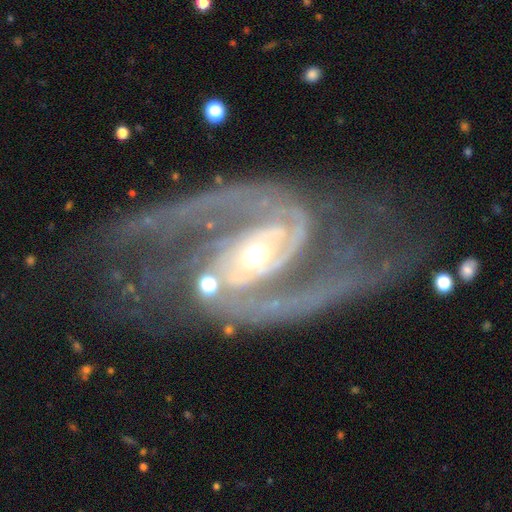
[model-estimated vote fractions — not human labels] smooth-or-featured: featured or disk: 93% | star or artifact: 4% | smooth: 2%
  disk-edge-on: no: 97% | yes: 3%
    bar: no: 42% | weak: 35% | strong: 23%
    has-spiral-arms: yes: 98% | no: 2%
      spiral-winding: medium: 53% | tight: 25% | loose: 22%
      spiral-arm-count: 2: 88% | 3: 3% | can't tell: 3% | 1: 2% | 4: 2% | more than 4: 2%
    bulge-size: moderate: 62% | small: 30% | large: 6% | none: 1% | dominant: 1%
  merging: none: 55% | major disturbance: 21% | minor disturbance: 18% | merger: 5%